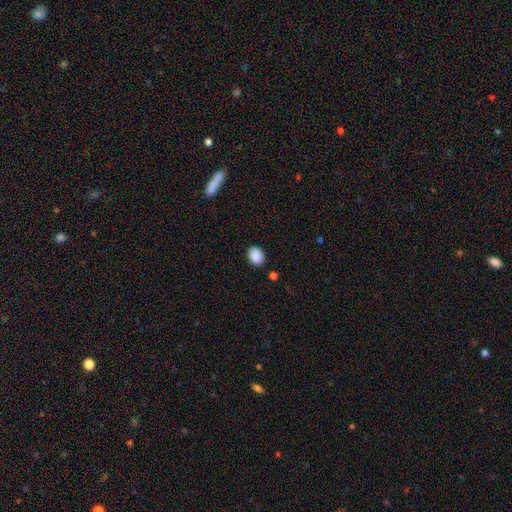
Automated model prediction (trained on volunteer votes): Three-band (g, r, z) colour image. It shows a smooth galaxy with no disk features (89%) that is in between round and cigar-shaped (67%). Merging: none (86%).